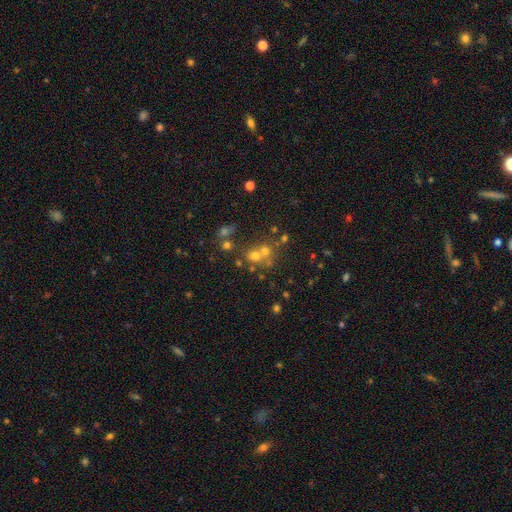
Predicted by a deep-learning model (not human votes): smooth-or-featured: smooth: 57% | star or artifact: 26% | featured or disk: 18%
  how-rounded: round: 81% | in between: 18% | cigar-shaped: 1%
  merging: none: 47% | merger: 41% | minor disturbance: 8% | major disturbance: 4%